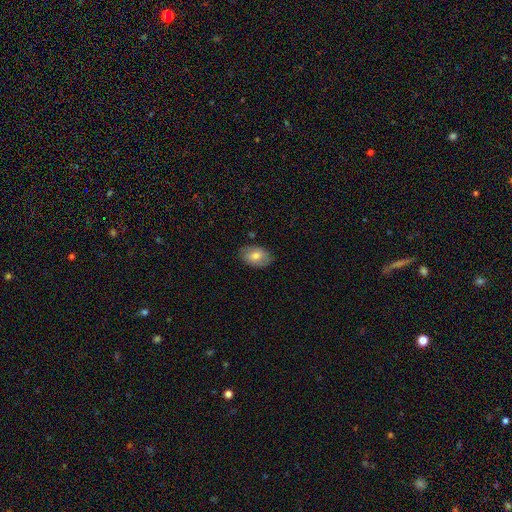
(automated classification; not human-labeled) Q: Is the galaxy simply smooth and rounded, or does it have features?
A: smooth — 74%.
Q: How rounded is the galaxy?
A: in between — 87%.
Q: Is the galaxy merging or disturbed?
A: none — 82%.